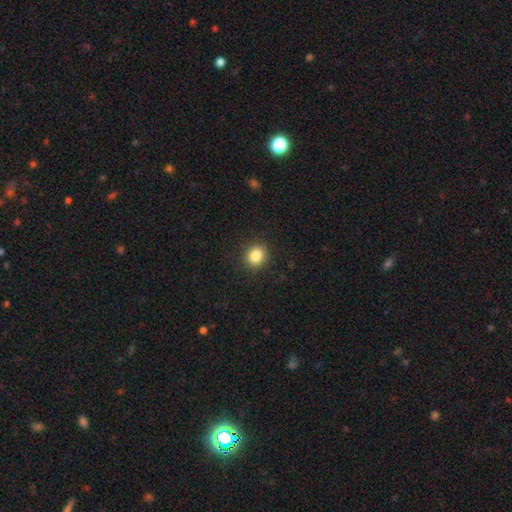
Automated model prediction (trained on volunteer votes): Overall: smooth (85%). How rounded: round (73%). Merging: none (90%).